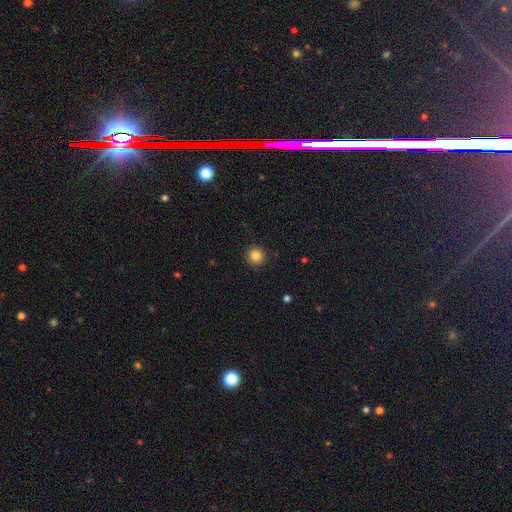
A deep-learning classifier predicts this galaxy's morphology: Smooth or featured? Predicted: smooth (p=0.84). How rounded? Predicted: round (p=0.95). Merging? Predicted: none (p=0.92).